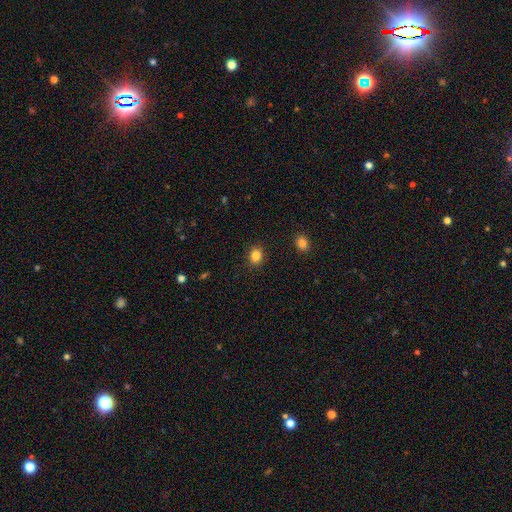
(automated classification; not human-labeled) smooth-or-featured: smooth: 85% | star or artifact: 11% | featured or disk: 4%
  how-rounded: round: 55% | in between: 44% | cigar-shaped: 1%
  merging: none: 88% | minor disturbance: 8% | major disturbance: 3% | merger: 1%